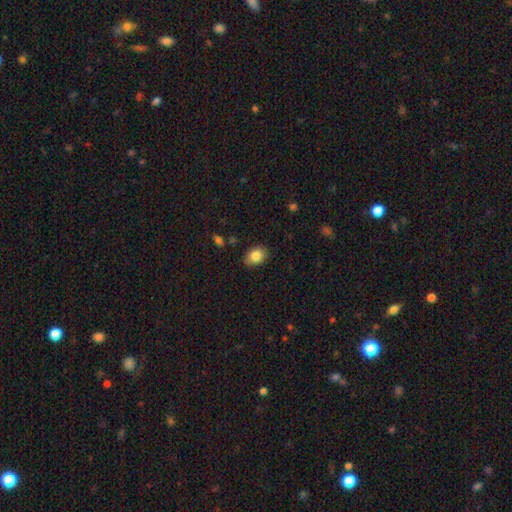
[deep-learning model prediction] Q: Smooth or featured?
A: smooth (84%); runner-up: featured or disk (9%)
Q: How rounded?
A: in between (78%); runner-up: round (21%)
Q: Merging?
A: none (86%); runner-up: minor disturbance (10%)